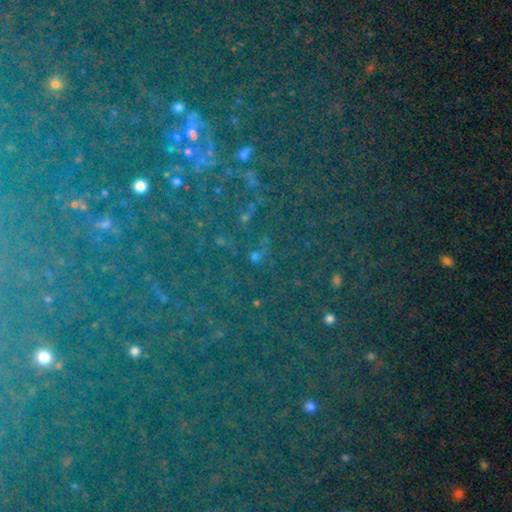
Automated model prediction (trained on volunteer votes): This is clearly a star or artifact rather than a galaxy (81%).